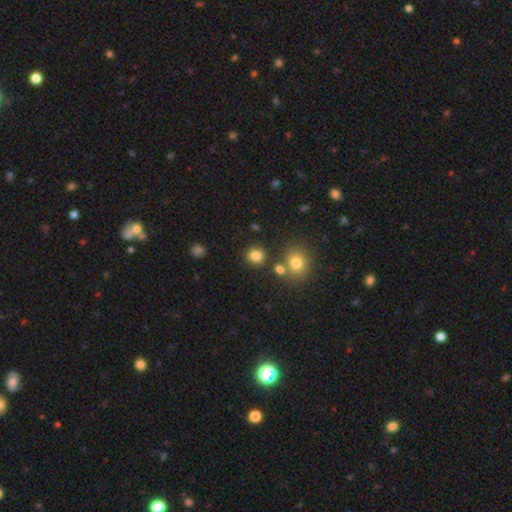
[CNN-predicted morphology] The model was most divided on "smooth or featured": smooth: 82%, star or artifact: 13%, featured or disk: 5%. More confident: how rounded — round (88%); merging — none (82%).